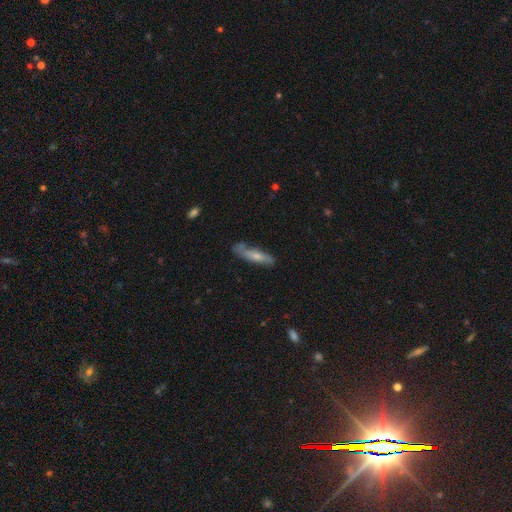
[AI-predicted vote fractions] smooth 55%, featured or disk 39%, star or artifact 6%. Down the decision tree: how rounded — cigar-shaped (72%); merging — none (64%).